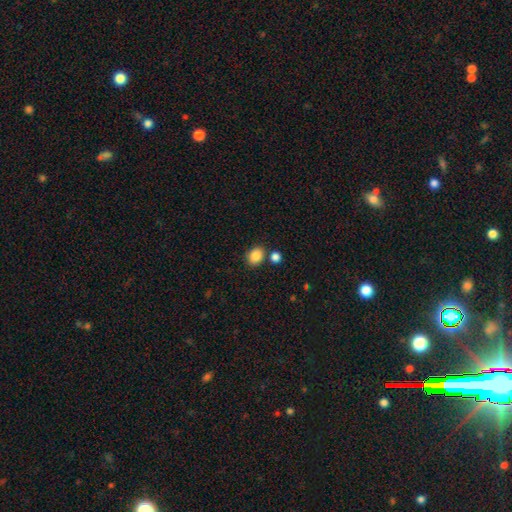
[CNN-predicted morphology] smooth 87%, star or artifact 9%, featured or disk 4%. Down the decision tree: how rounded — round (50%); merging — none (75%).